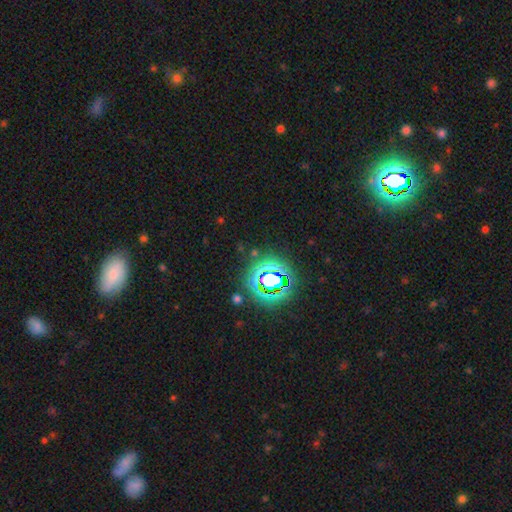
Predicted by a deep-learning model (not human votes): Q: Smooth or featured?
A: star or artifact (72%); runner-up: smooth (18%)